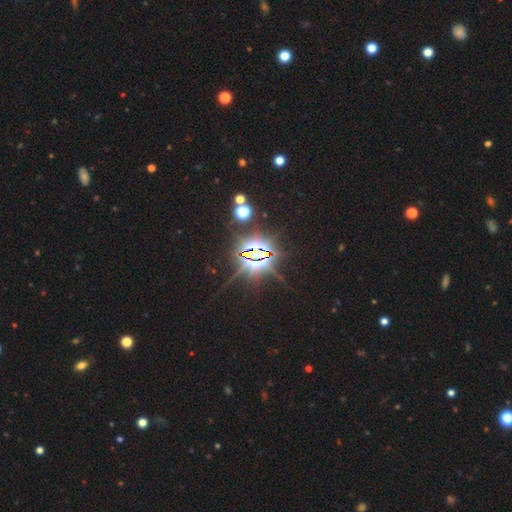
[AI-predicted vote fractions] Smooth or featured?
  - star or artifact: 83% *
  - featured or disk: 9%
  - smooth: 8%